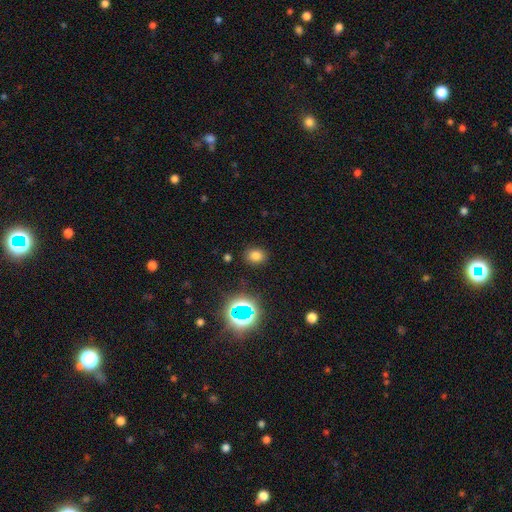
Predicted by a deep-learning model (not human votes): Morphology: type=smooth (71%); roundness=round (55%); merging=none (86%).